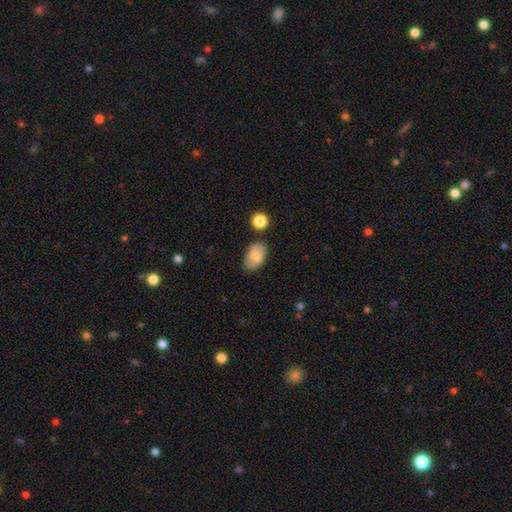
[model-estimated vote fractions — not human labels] A smooth galaxy with no disk features (79%) that is in between round and cigar-shaped (92%).

Vote fractions:
- Smooth or featured? smooth: 79% / featured or disk: 14% / star or artifact: 7%
- How rounded? in between: 92% / round: 7% / cigar-shaped: 1%
- Merging? none: 80% / minor disturbance: 14% / merger: 3% / major disturbance: 3%